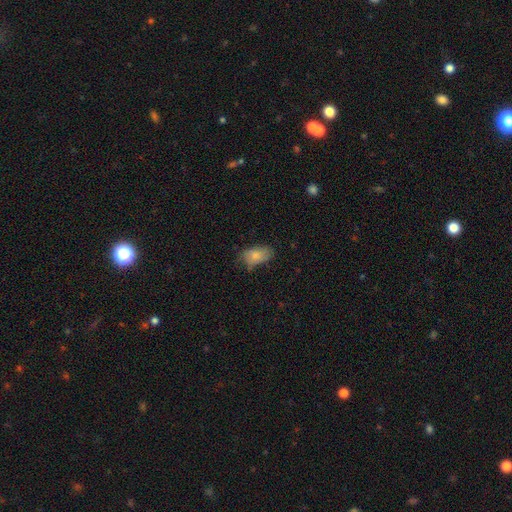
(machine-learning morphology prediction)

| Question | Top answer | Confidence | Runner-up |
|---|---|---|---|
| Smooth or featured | smooth | 79% | featured or disk (13%) |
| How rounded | in between | 92% | round (6%) |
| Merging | none | 53% | minor disturbance (34%) |